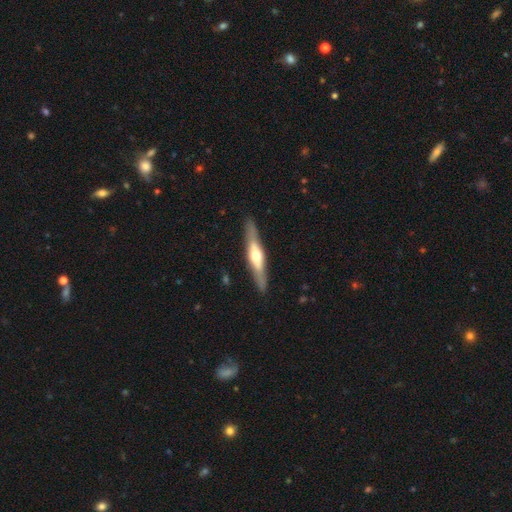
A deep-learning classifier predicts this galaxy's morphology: Q: Smooth or featured?
A: featured or disk (63%); runner-up: smooth (32%)
Q: Edge-on disk?
A: yes (92%); runner-up: no (8%)
Q: Edge-on bulge?
A: rounded (88%); runner-up: boxy (6%)
Q: Merging?
A: none (88%); runner-up: minor disturbance (9%)